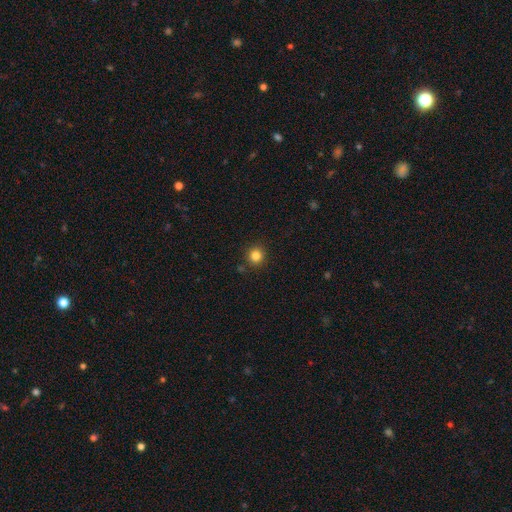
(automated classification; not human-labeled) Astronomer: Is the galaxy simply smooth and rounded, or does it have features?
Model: smooth — 83%.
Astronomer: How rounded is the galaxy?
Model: round — 92%.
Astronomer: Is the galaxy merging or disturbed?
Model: none — 88%.